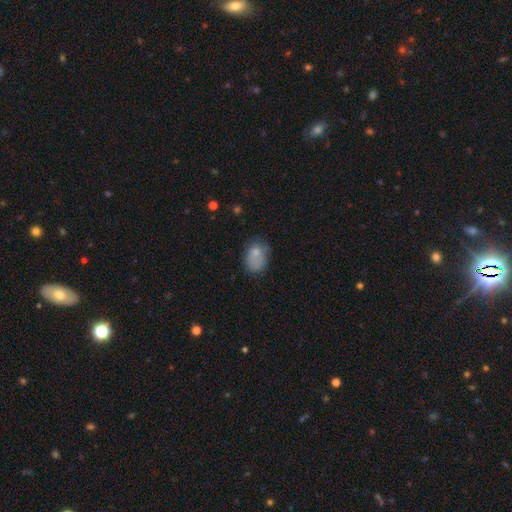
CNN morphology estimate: Q: Smooth or featured?
A: smooth (75%); runner-up: featured or disk (15%)
Q: How rounded?
A: in between (73%); runner-up: round (25%)
Q: Merging?
A: none (47%); runner-up: minor disturbance (30%)